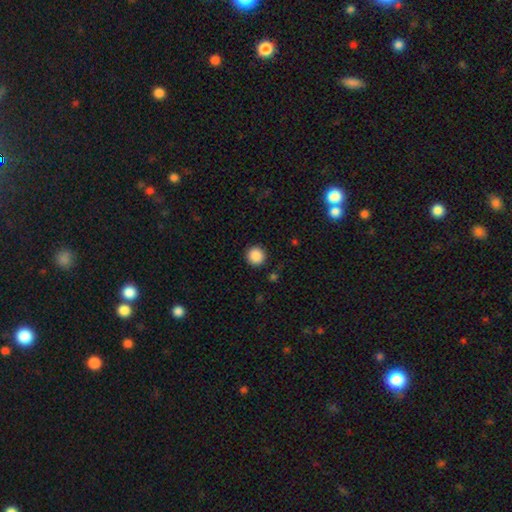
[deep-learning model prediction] Smooth or featured? smooth (88%)
How rounded? round (95%)
Merging? none (91%)